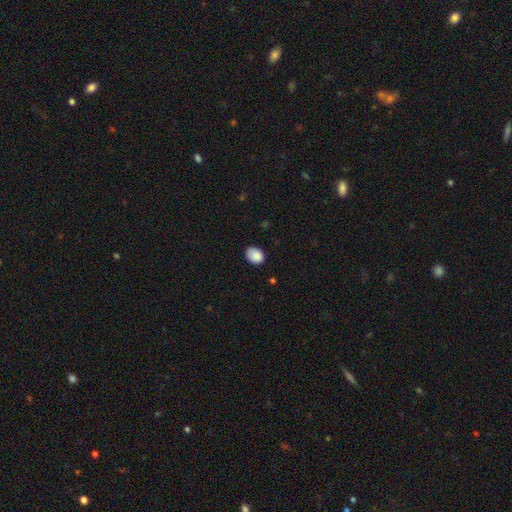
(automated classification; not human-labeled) smooth-or-featured: smooth: 88% | star or artifact: 8% | featured or disk: 4%
  how-rounded: in between: 63% | round: 36% | cigar-shaped: 1%
  merging: none: 75% | minor disturbance: 21% | major disturbance: 3% | merger: 1%